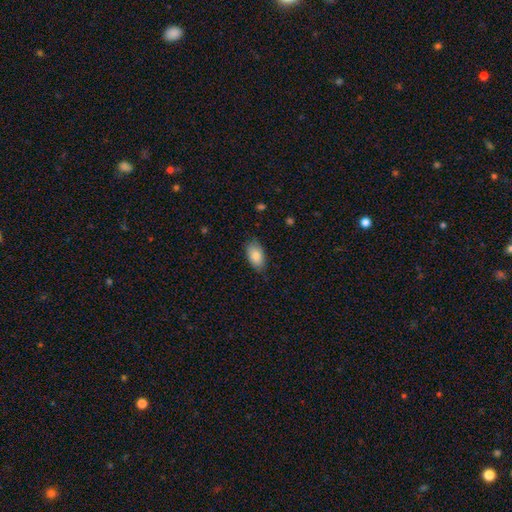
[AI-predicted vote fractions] Morphology: type=smooth (84%); roundness=in between (93%); merging=none (78%).